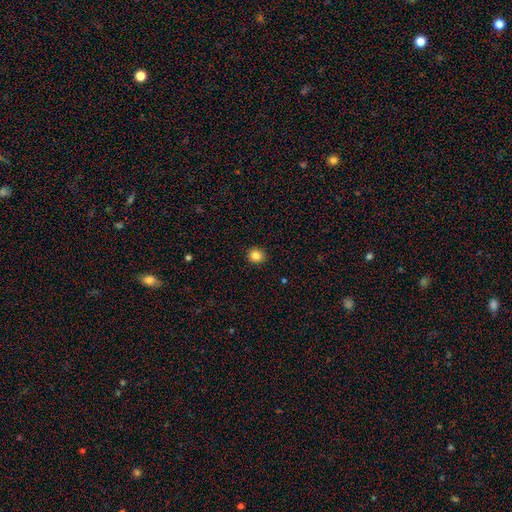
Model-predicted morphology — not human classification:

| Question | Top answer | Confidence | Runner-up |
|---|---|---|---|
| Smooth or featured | smooth | 85% | star or artifact (11%) |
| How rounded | round | 87% | in between (12%) |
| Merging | none | 93% | minor disturbance (5%) |